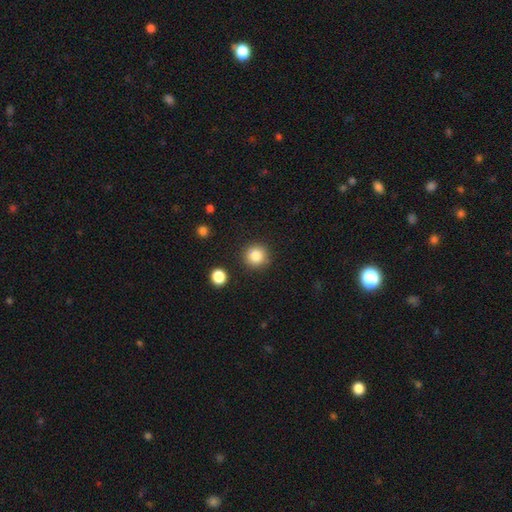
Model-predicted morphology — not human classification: Smooth or featured: smooth — 84% (star or artifact — 11%)
How rounded: round — 94% (in between — 5%)
Merging: none — 88% (minor disturbance — 7%)